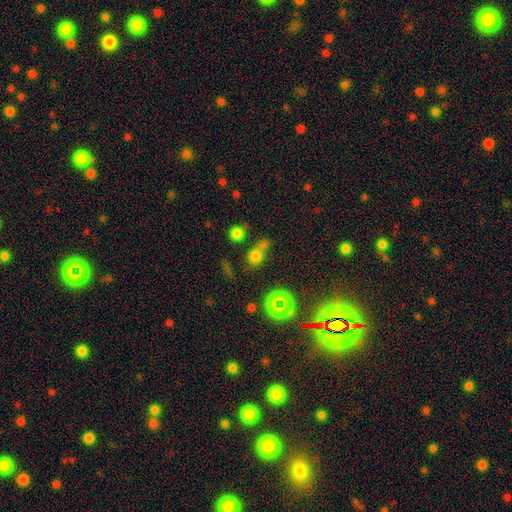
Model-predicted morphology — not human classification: type=smooth (64%); roundness=round (72%); merging=none (49%).